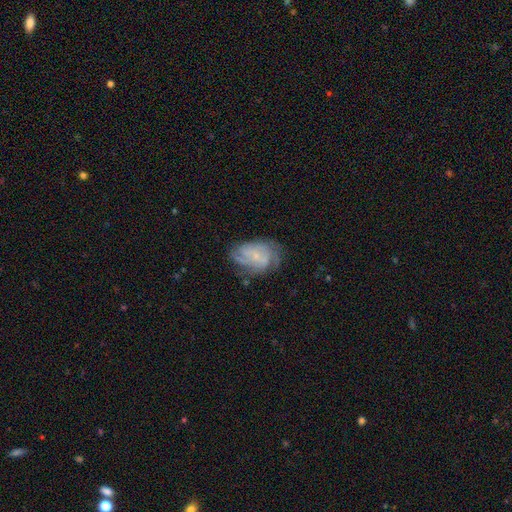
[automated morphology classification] This appears to be a featured or disk galaxy (68%) with no bar (62%), tight (49%) spiral arms (83%) and a small central bulge (69%). Merging: none (58%).